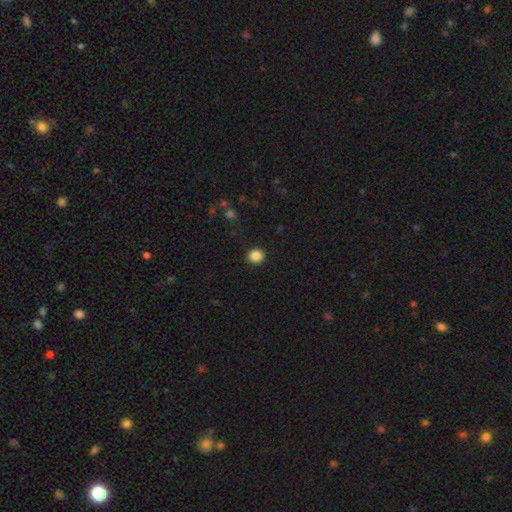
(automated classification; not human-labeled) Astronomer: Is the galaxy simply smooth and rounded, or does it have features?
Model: smooth — 87%.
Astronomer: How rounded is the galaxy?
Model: round — 84%.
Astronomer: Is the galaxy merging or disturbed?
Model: none — 92%.